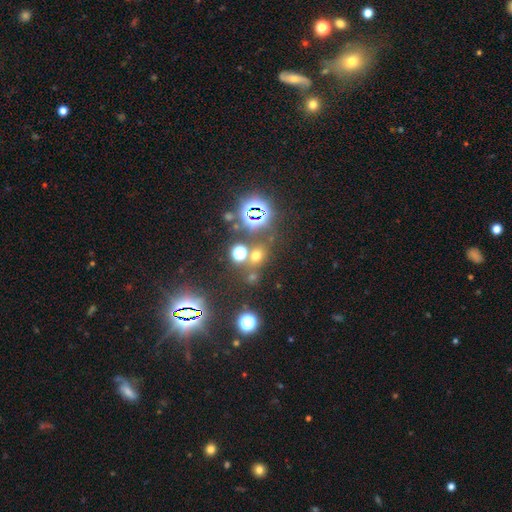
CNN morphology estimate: Smooth or featured?
  - smooth: 51% *
  - star or artifact: 41%
  - featured or disk: 8%
How rounded?
  - round: 72% *
  - in between: 27%
  - cigar-shaped: 2%
Merging?
  - none: 70% *
  - merger: 14%
  - minor disturbance: 10%
  - major disturbance: 5%